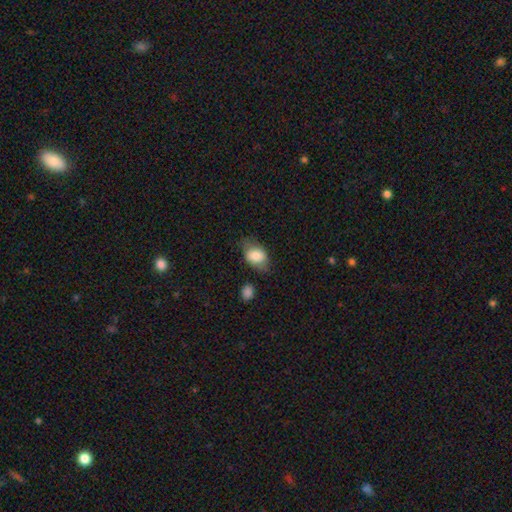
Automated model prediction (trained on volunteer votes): A smooth galaxy with no disk features (77%) that is in between round and cigar-shaped (78%). Merging: none (63%).